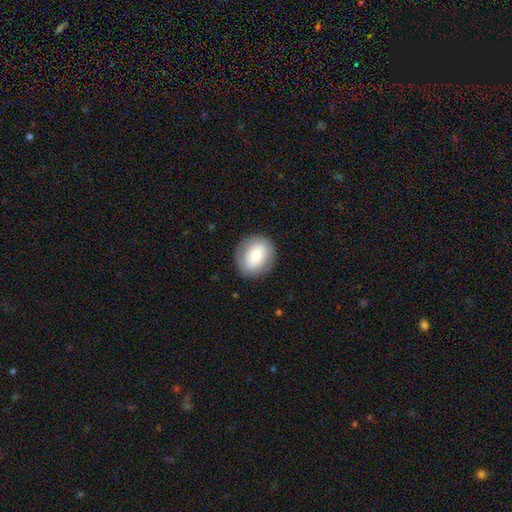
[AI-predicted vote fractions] Smooth or featured? Predicted: smooth (p=0.70). How rounded? Predicted: round (p=0.70). Merging? Predicted: none (p=0.85).